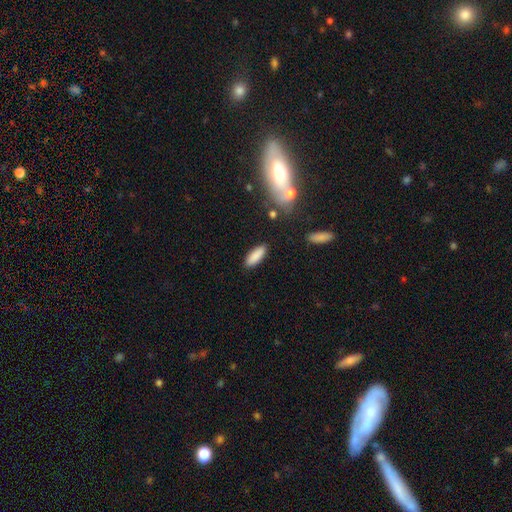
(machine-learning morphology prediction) Overall: smooth (88%). How rounded: in between (65%; cigar-shaped 34%). Merging: none (87%).